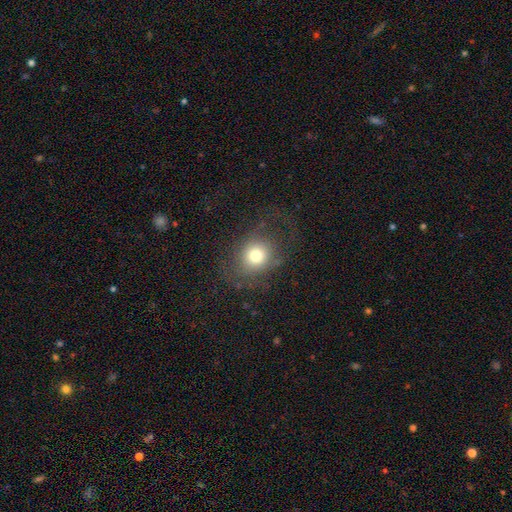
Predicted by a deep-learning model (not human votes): smooth_or_featured: smooth (p=0.71) [alt: featured or disk p=0.16]
how_rounded: round (p=0.71) [alt: in between p=0.28]
merging: none (p=0.62) [alt: major disturbance p=0.19]